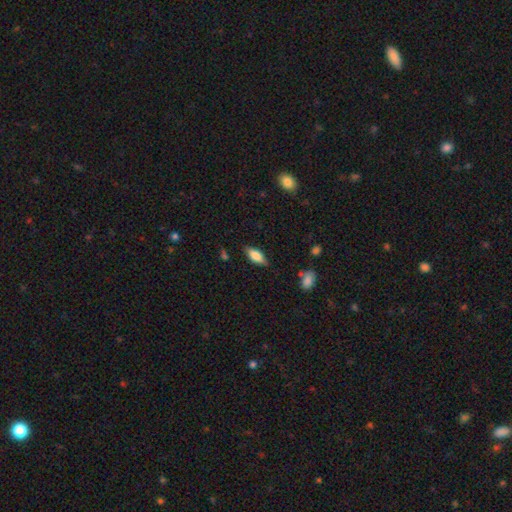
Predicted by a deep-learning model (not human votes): The model was most divided on "smooth or featured": smooth: 74%, featured or disk: 19%, star or artifact: 7%. More confident: merging — none (81%); how rounded — in between (80%).